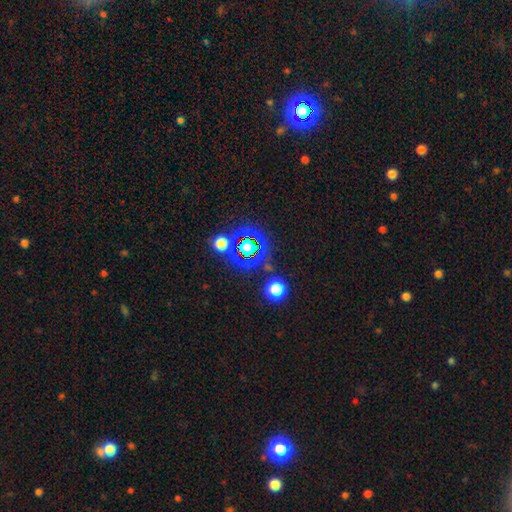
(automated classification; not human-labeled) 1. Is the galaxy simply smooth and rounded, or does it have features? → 66% star or artifact, 21% smooth, 13% featured or disk.